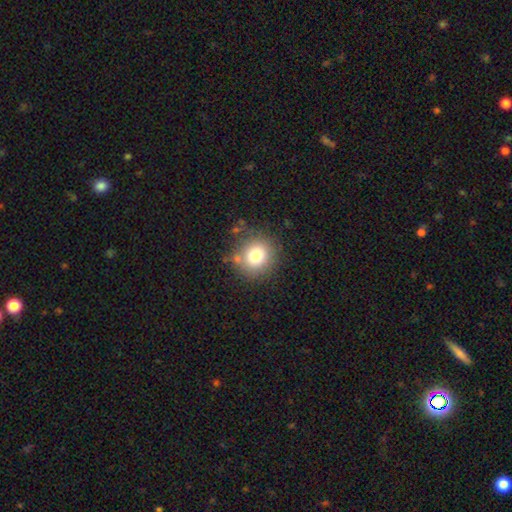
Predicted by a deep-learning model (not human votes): smooth-or-featured: smooth: 78% | star or artifact: 12% | featured or disk: 10%
  how-rounded: round: 87% | in between: 12% | cigar-shaped: 1%
  merging: none: 81% | minor disturbance: 11% | major disturbance: 4% | merger: 3%